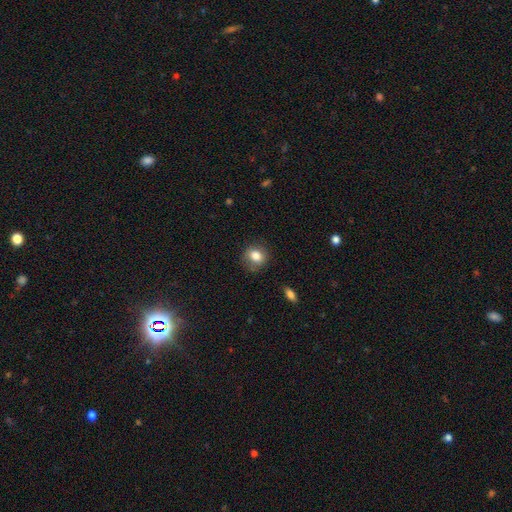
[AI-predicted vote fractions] smooth_or_featured: smooth (p=0.81) [alt: featured or disk p=0.10]
how_rounded: round (p=0.72) [alt: in between p=0.27]
merging: none (p=0.79) [alt: minor disturbance p=0.15]